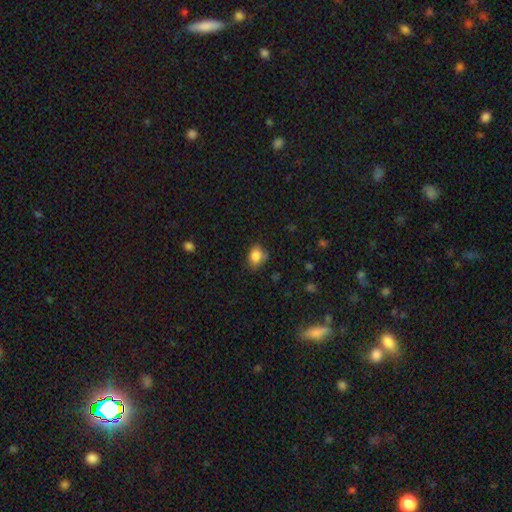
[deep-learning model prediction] Smooth or featured? Predicted: smooth (p=0.84). How rounded? Predicted: in between (p=0.56). Merging? Predicted: none (p=0.65).